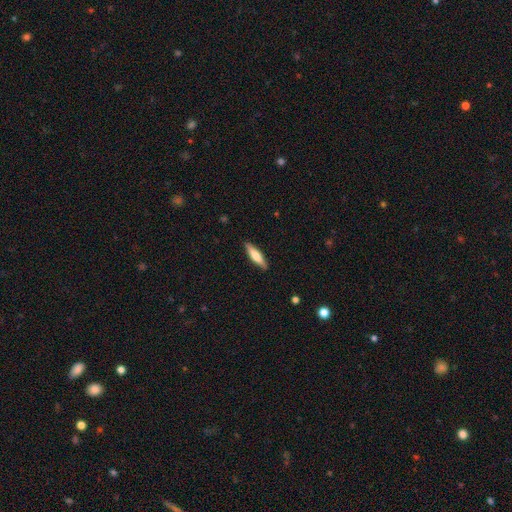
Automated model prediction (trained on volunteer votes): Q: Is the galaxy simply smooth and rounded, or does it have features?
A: smooth — 63%.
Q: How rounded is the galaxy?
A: cigar-shaped — 71%.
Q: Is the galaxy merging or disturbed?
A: none — 88%.